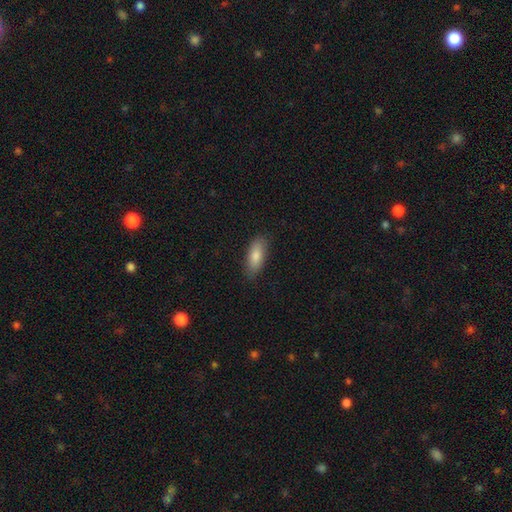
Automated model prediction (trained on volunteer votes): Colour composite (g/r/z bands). It shows a smooth galaxy with no disk features (82%) that is in between round and cigar-shaped (76%). Merging: none (86%).